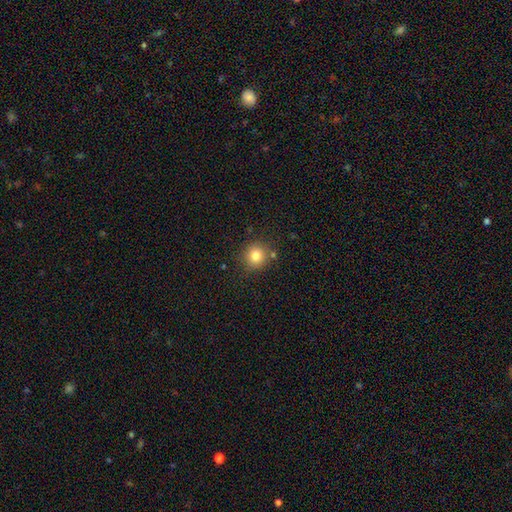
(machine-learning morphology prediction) type=smooth (81%); roundness=round (88%); merging=none (81%).